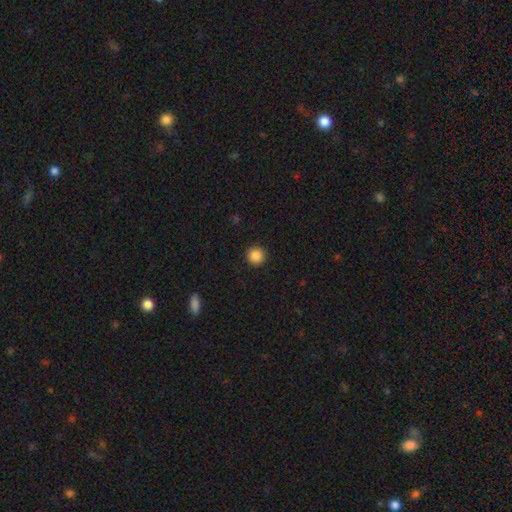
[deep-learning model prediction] This appears to be a smooth galaxy with no disk features (87%) that is round (95%). Merging: none (93%).